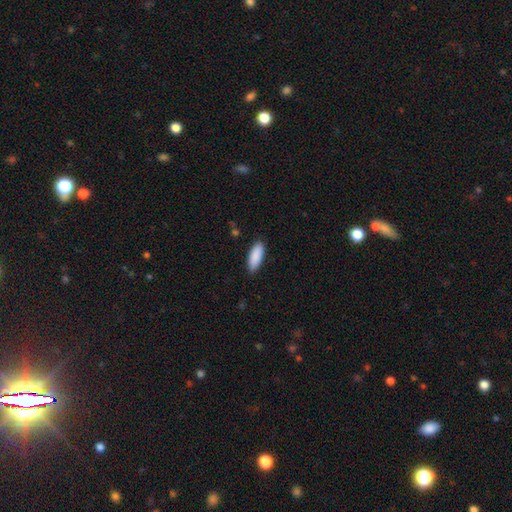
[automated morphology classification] smooth_or_featured: smooth (p=0.90) [alt: star or artifact p=0.06]
how_rounded: in between (p=0.74) [alt: cigar-shaped p=0.24]
merging: none (p=0.86) [alt: minor disturbance p=0.11]